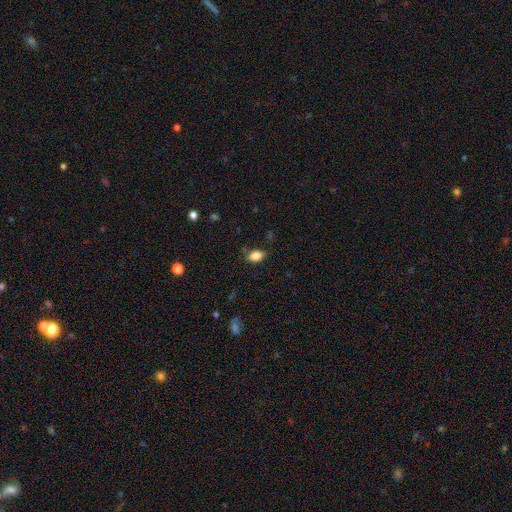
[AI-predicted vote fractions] Q: Smooth or featured?
A: smooth (85%); runner-up: star or artifact (9%)
Q: How rounded?
A: in between (86%); runner-up: round (12%)
Q: Merging?
A: none (78%); runner-up: minor disturbance (17%)